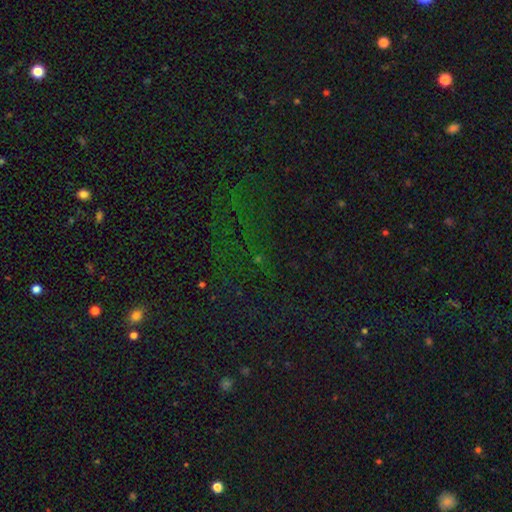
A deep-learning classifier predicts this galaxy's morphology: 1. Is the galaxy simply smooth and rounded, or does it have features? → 70% star or artifact, 19% smooth, 11% featured or disk.